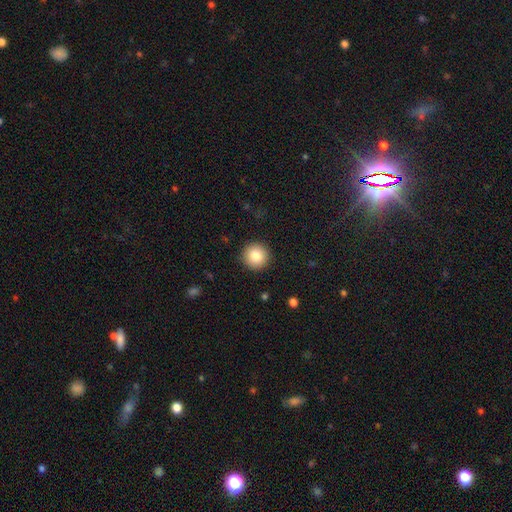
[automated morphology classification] type=smooth (84%); roundness=round (96%); merging=none (92%).